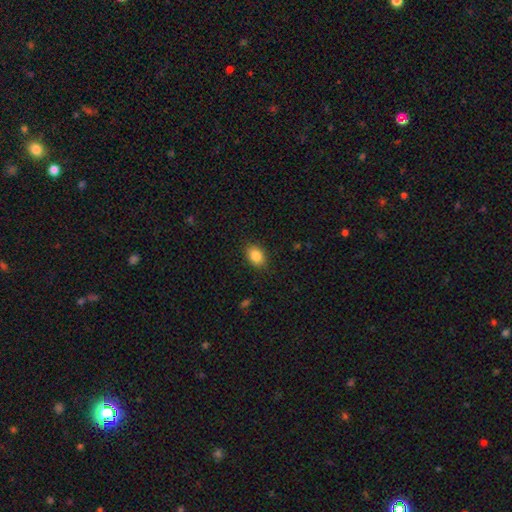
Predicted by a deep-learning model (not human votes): Q: Smooth or featured?
A: smooth (85%); runner-up: star or artifact (9%)
Q: How rounded?
A: in between (74%); runner-up: round (24%)
Q: Merging?
A: none (88%); runner-up: minor disturbance (9%)